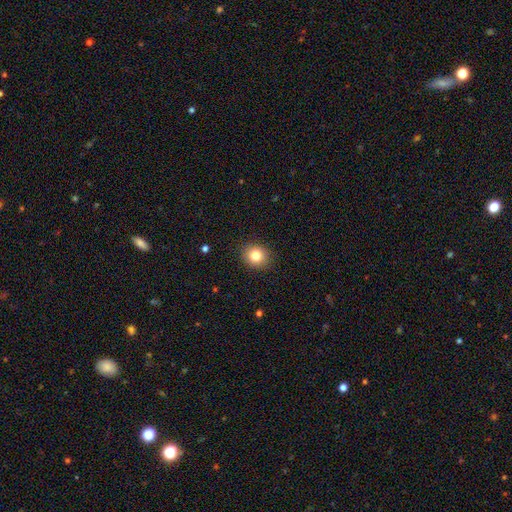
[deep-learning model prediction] Morphology: type=smooth (82%); roundness=round (78%); merging=none (90%).